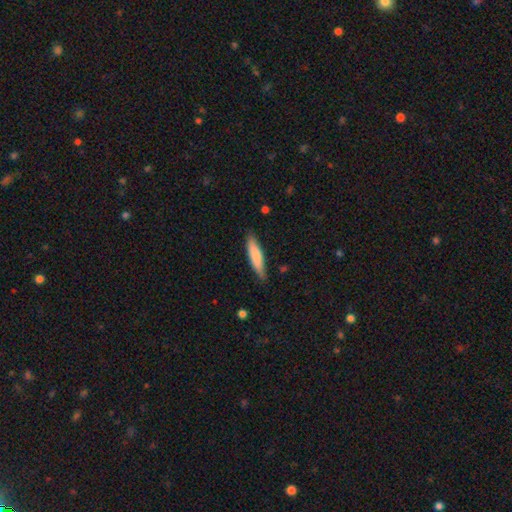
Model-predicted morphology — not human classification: type=smooth (79%); roundness=cigar-shaped (80%); merging=none (83%).